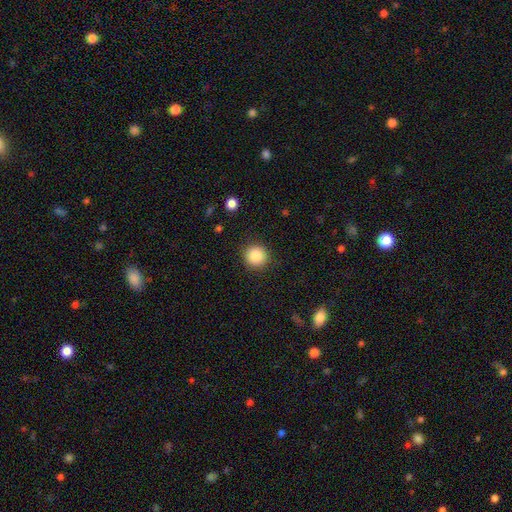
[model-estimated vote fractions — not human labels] The model was most divided on "smooth or featured": smooth: 88%, star or artifact: 9%, featured or disk: 3%. More confident: how rounded — round (93%); merging — none (89%).